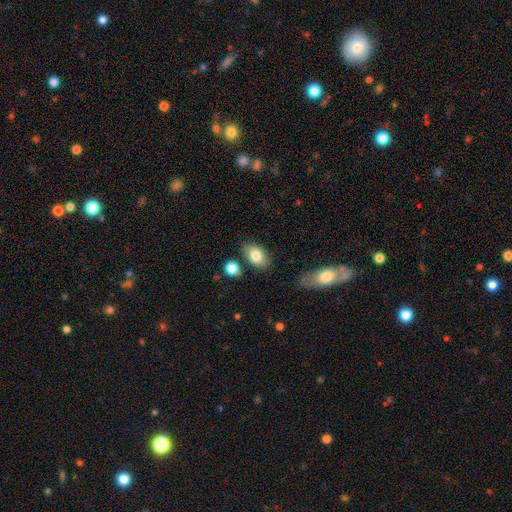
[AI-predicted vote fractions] Smooth or featured? Predicted: smooth (p=0.82). How rounded? Predicted: in between (p=0.89). Merging? Predicted: none (p=0.76).